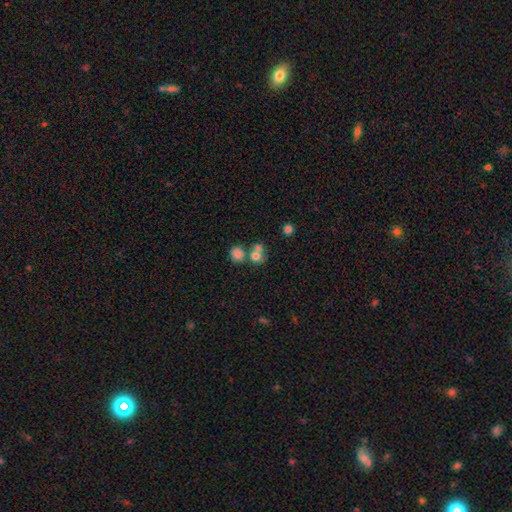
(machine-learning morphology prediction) Smooth or featured: smooth — 61% (star or artifact — 26%)
How rounded: round — 82% (in between — 17%)
Merging: none — 51% (merger — 38%)